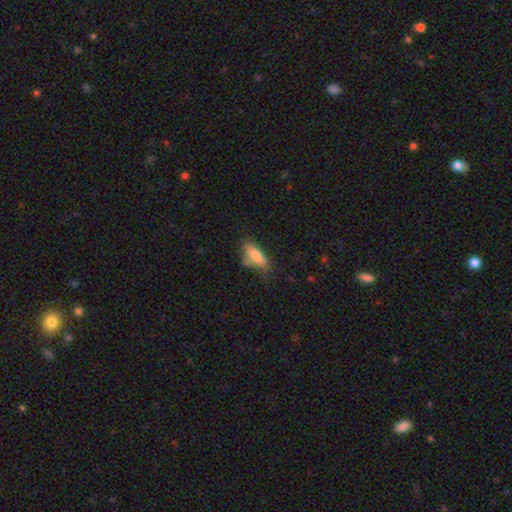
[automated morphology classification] This appears to be a smooth galaxy with no disk features (83%) that is in between round and cigar-shaped (74%). Merging: none (58%).